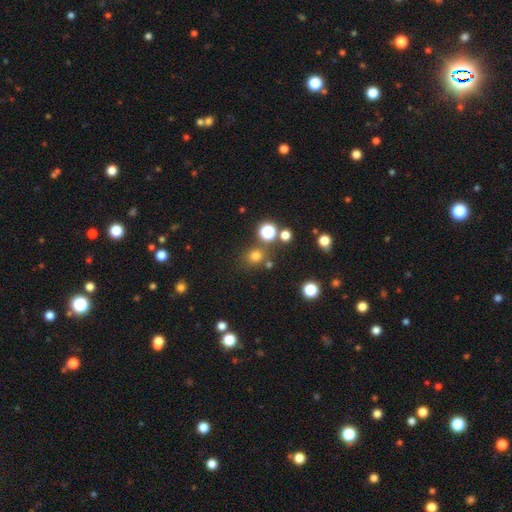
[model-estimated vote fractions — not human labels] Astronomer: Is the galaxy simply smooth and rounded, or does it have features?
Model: smooth — 72%.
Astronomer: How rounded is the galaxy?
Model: round — 82%.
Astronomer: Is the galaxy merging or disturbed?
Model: none — 75%.